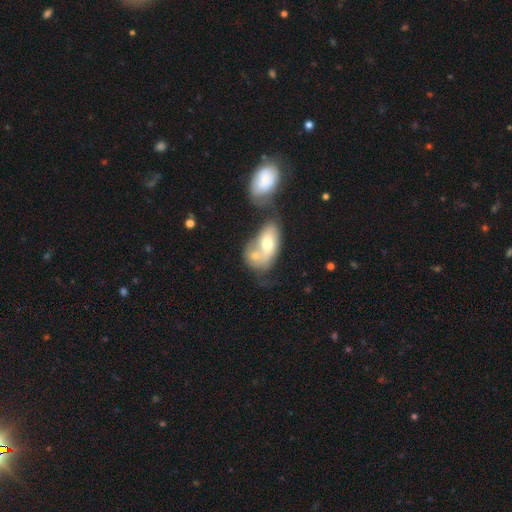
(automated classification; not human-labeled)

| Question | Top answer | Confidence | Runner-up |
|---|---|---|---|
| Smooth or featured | smooth | 58% | featured or disk (35%) |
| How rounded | in between | 81% | round (15%) |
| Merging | merger | 64% | none (17%) |